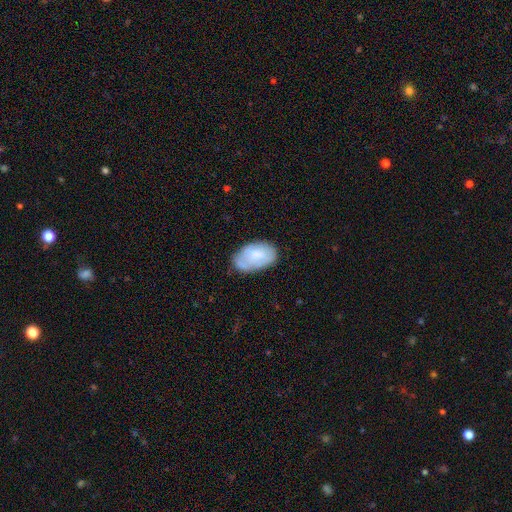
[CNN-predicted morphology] Smooth or featured: smooth — 66% (featured or disk — 27%)
How rounded: in between — 93% (round — 6%)
Merging: none — 60% (minor disturbance — 30%)